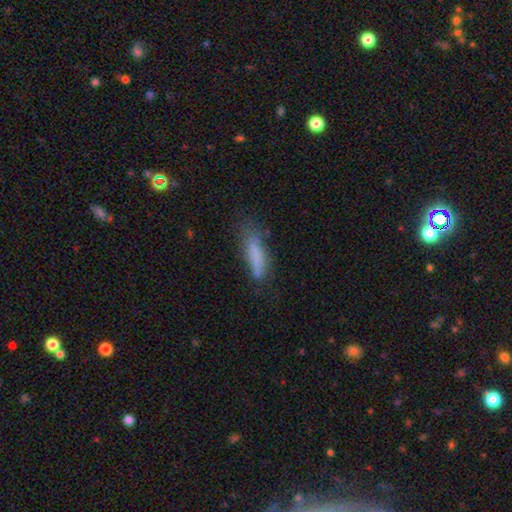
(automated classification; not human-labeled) Smooth or featured?
  - smooth: 74% *
  - featured or disk: 16%
  - star or artifact: 10%
How rounded?
  - cigar-shaped: 69% *
  - in between: 29%
  - round: 2%
Merging?
  - none: 52% *
  - minor disturbance: 28%
  - major disturbance: 15%
  - merger: 5%